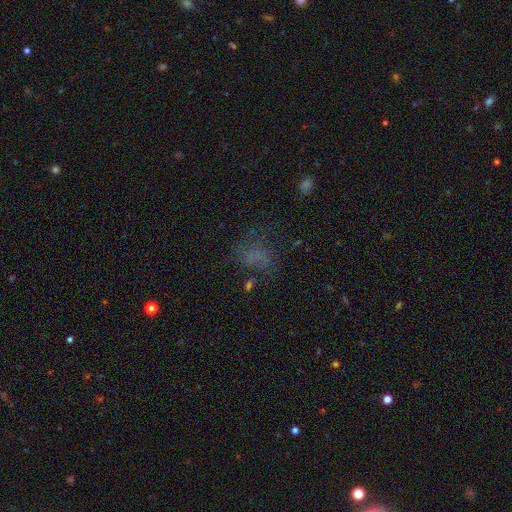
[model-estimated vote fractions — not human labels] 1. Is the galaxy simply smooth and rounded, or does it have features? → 47% smooth, 28% star or artifact, 24% featured or disk.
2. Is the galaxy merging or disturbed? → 48% none, 28% major disturbance, 20% minor disturbance, 5% merger.